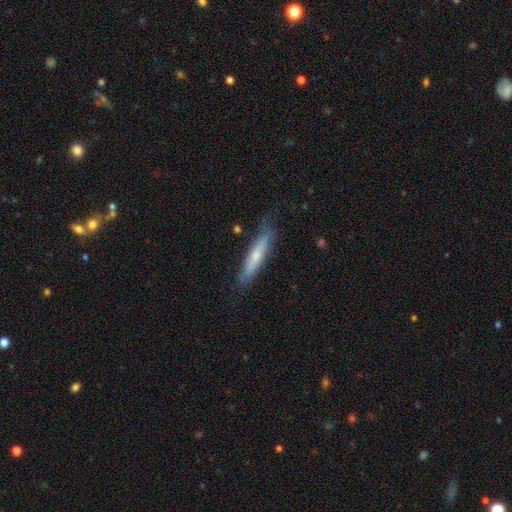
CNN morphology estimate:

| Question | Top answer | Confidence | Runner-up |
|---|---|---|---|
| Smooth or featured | smooth | 48% | featured or disk (45%) |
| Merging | none | 72% | minor disturbance (21%) |